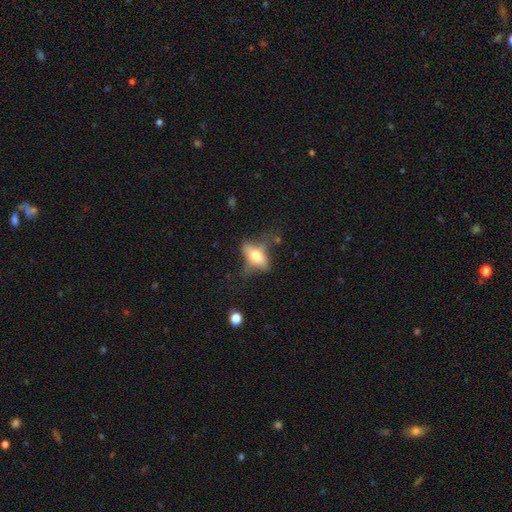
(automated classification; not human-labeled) Morphology: type=smooth (59%); roundness=in between (82%); merging=none (43%).